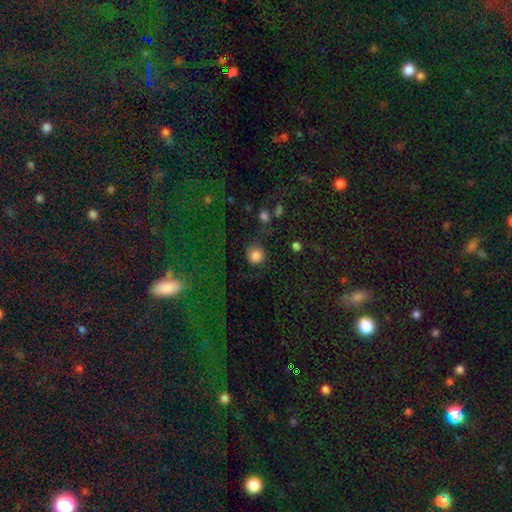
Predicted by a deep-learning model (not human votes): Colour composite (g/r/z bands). It shows a smooth galaxy with no disk features (83%) that is round (90%). Merging: none (70%).